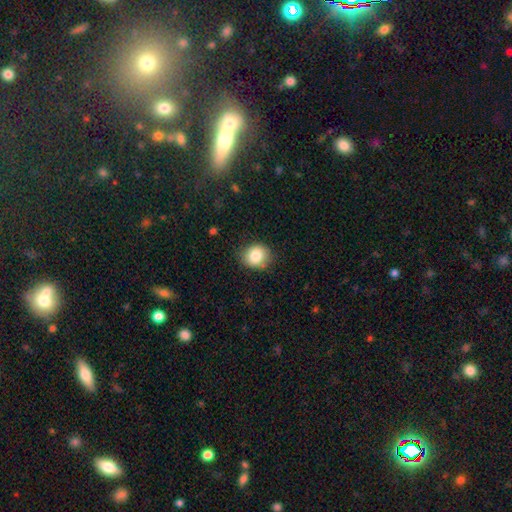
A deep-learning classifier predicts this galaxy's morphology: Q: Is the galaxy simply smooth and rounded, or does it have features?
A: smooth — 84%.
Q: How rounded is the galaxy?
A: round — 69%.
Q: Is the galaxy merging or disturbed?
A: none — 79%.